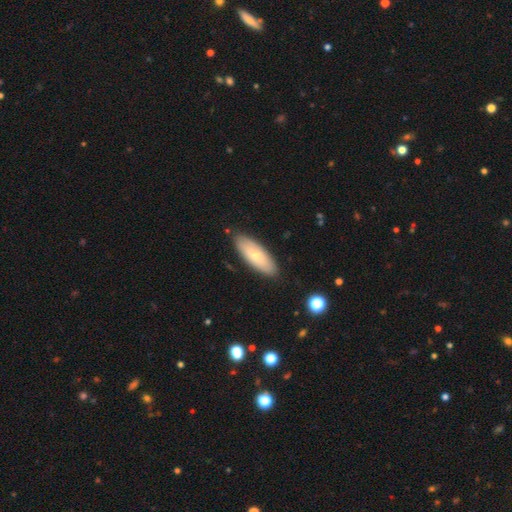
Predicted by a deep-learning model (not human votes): This is likely a smooth galaxy (65%). How rounded: likely in between (70%). Merging: clearly none (85%).